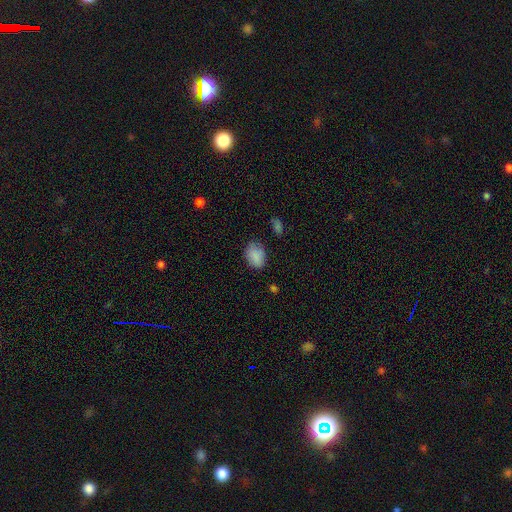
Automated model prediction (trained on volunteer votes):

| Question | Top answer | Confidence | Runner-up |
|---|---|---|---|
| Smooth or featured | smooth | 85% | star or artifact (9%) |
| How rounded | in between | 72% | round (27%) |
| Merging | none | 68% | minor disturbance (24%) |